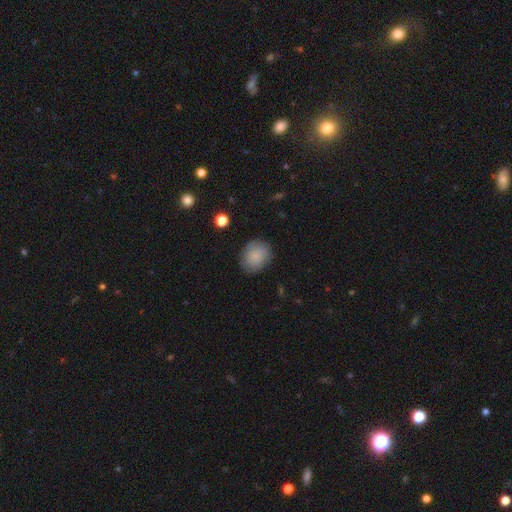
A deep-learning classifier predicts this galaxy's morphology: type=smooth (81%); roundness=round (60%); merging=none (80%).